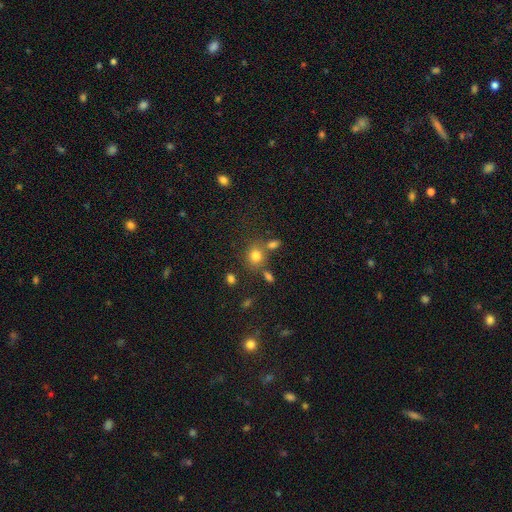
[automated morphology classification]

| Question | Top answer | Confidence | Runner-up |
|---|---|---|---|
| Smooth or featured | smooth | 77% | star or artifact (14%) |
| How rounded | round | 70% | in between (29%) |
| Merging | none | 64% | merger (18%) |